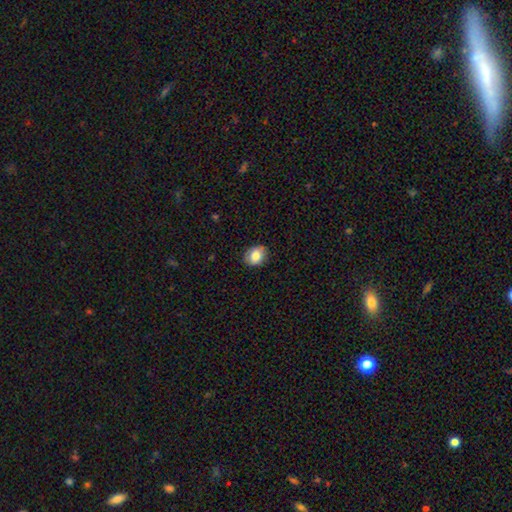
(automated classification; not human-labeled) smooth-or-featured: smooth: 82% | featured or disk: 10% | star or artifact: 9%
  how-rounded: round: 51% | in between: 48% | cigar-shaped: 1%
  merging: none: 83% | minor disturbance: 14% | major disturbance: 3% | merger: 1%